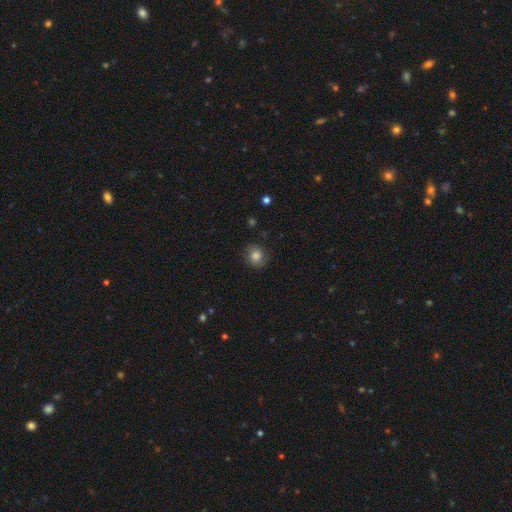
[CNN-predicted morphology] This is likely a smooth galaxy (77%). How rounded: likely round (74%). Merging: likely none (80%).